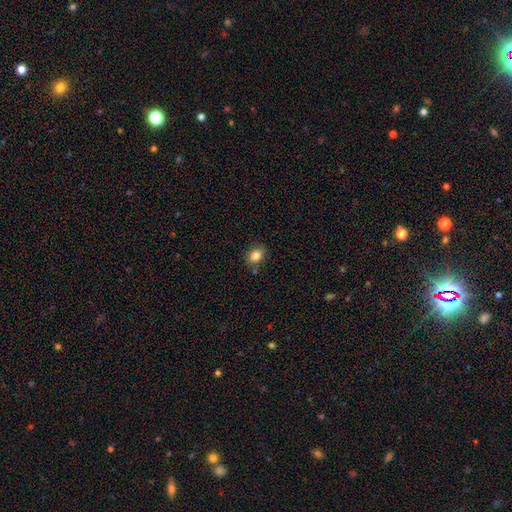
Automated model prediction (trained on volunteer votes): Overall: smooth (83%). How rounded: in between (55%; round 44%). Merging: none (78%).